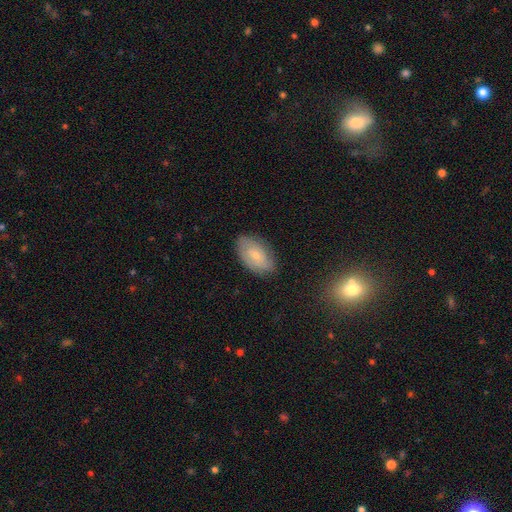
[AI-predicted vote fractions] A smooth galaxy with no disk features (53%) that is in between round and cigar-shaped (91%). Merging: none (79%).